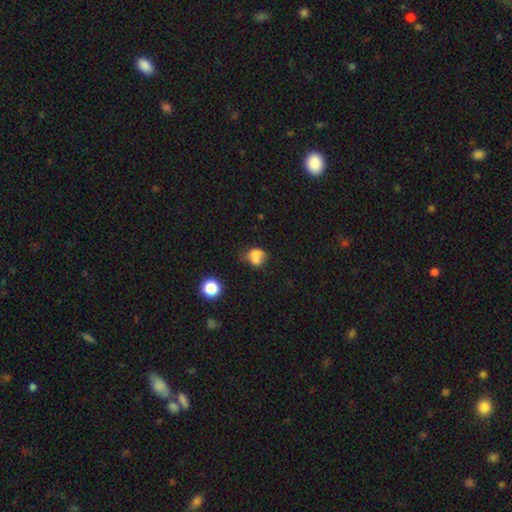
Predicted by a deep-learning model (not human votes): This appears to be a smooth galaxy with no disk features (68%) that is round (57%). Merging: merger (49%).